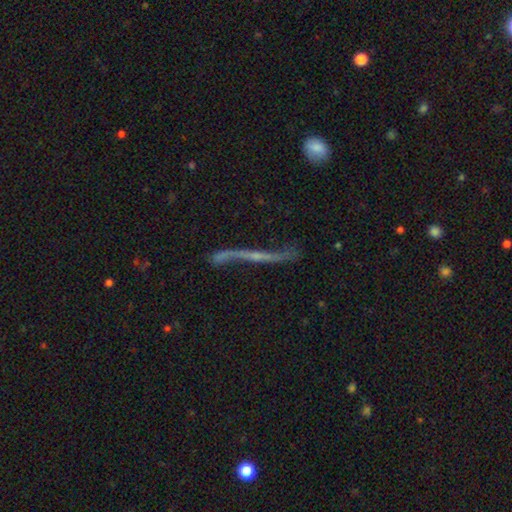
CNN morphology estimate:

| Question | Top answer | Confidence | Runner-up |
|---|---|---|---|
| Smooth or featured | featured or disk | 66% | smooth (18%) |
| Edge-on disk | yes | 75% | no (25%) |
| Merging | none | 61% | minor disturbance (18%) |